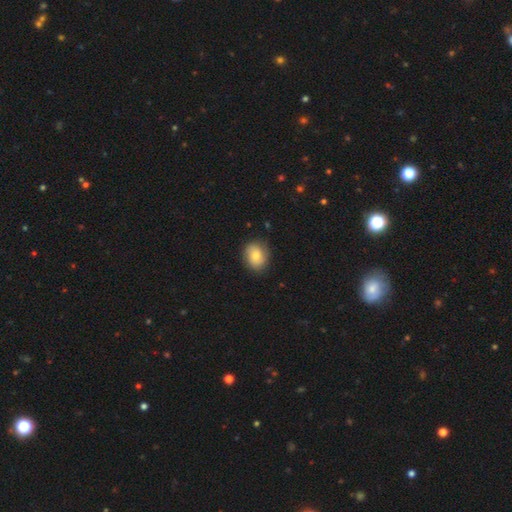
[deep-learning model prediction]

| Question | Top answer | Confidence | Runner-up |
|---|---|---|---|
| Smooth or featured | smooth | 74% | featured or disk (19%) |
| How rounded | round | 58% | in between (42%) |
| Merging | none | 81% | minor disturbance (15%) |